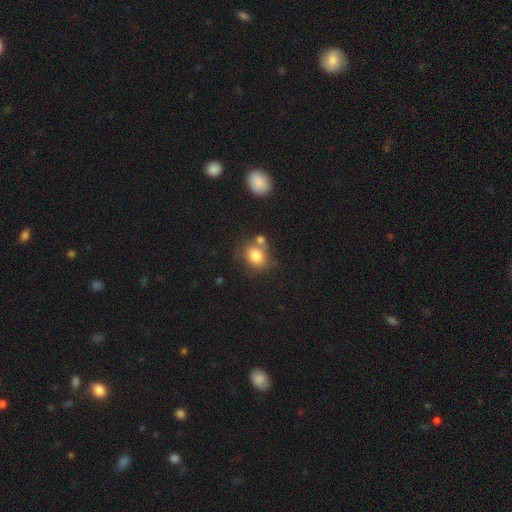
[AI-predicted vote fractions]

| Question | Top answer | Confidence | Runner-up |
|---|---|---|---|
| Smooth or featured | smooth | 81% | star or artifact (9%) |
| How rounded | round | 55% | in between (44%) |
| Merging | none | 53% | merger (26%) |